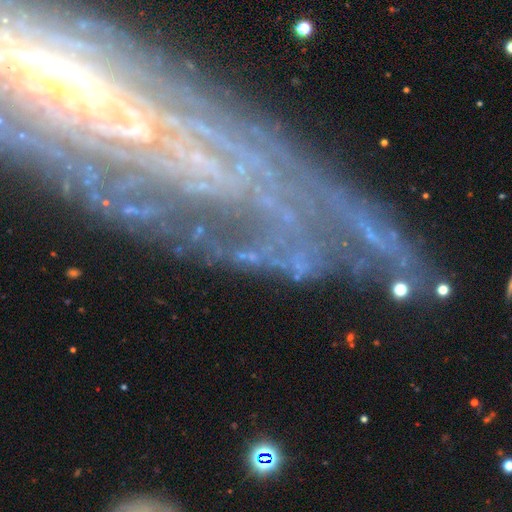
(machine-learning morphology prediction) This appears to be a featured or disk galaxy (67%) with no bar (54%), tight (63%) spiral arms (85%) and a small central bulge (56%). Merging: none (63%).